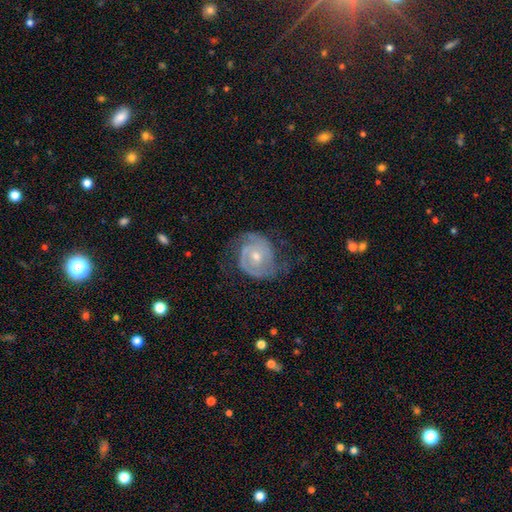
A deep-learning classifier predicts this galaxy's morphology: The model was most divided on "bulge size": small: 49%, moderate: 47%, large: 2%, none: 1%, dominant: 1%. Remaining: edge-on disk — no (97%); spiral arms — yes (92%); smooth or featured — featured or disk (80%); spiral arm count — 2 (68%); bar — no (61%); merging — none (59%); spiral winding — tight (45%).